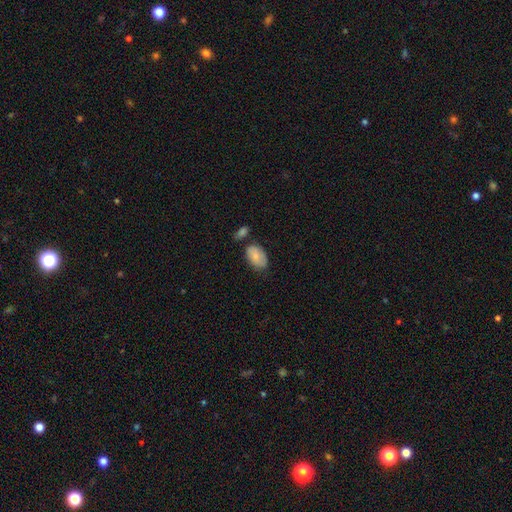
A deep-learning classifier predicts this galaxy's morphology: Smooth or featured? Predicted: smooth (p=0.83). How rounded? Predicted: in between (p=0.92). Merging? Predicted: none (p=0.64).